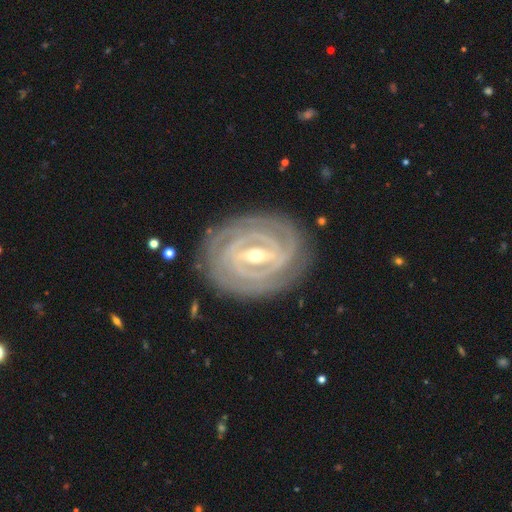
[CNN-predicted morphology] Smooth or featured? featured or disk (91%)
Edge-on disk? no (95%)
Bar? strong (66%)
Spiral arms? yes (96%)
Spiral winding? tight (86%)
Spiral arm count? 2 (27%)
Bulge size? small (49%)
Merging? none (84%)